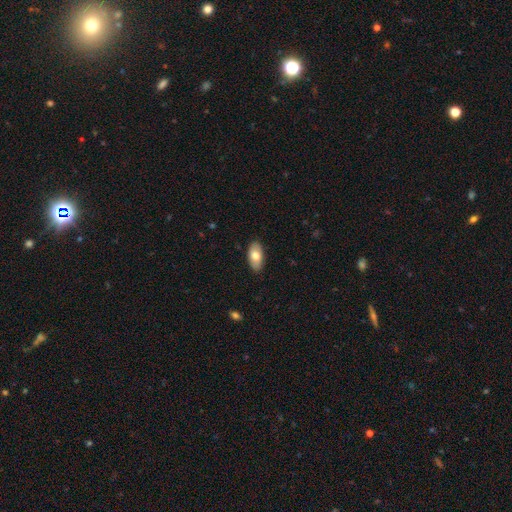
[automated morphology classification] A smooth galaxy with no disk features (74%) that is in between round and cigar-shaped (93%).

Vote fractions:
- Smooth or featured? smooth: 74% / featured or disk: 20% / star or artifact: 6%
- How rounded? in between: 93% / cigar-shaped: 4% / round: 3%
- Merging? none: 87% / minor disturbance: 10% / major disturbance: 2% / merger: 1%